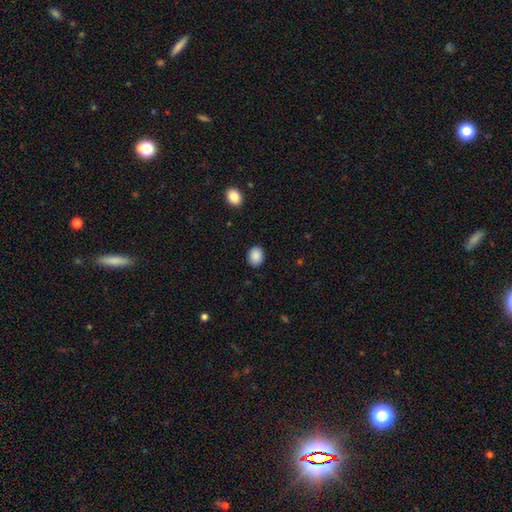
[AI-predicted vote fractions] Overall: smooth (89%). How rounded: in between (58%; round 41%). Merging: none (88%).